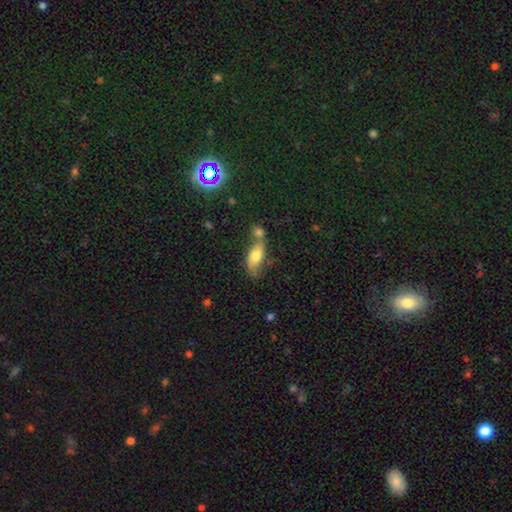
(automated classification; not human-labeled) The model was most divided on "merging": none: 41%, merger: 35%, minor disturbance: 17%, major disturbance: 7%. More confident: how rounded — in between (81%); smooth or featured — smooth (67%).